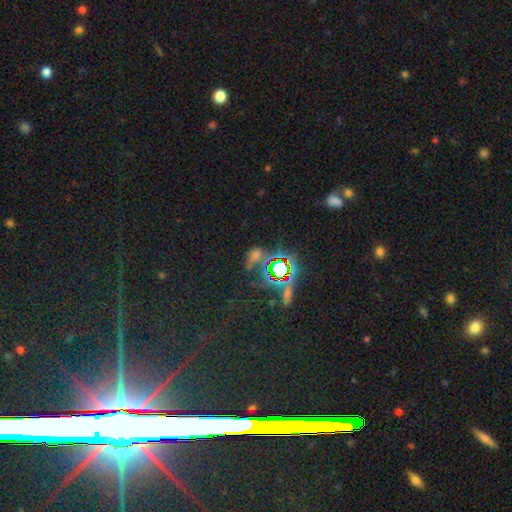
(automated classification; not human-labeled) Smooth or featured: star or artifact — 65% (smooth — 22%)